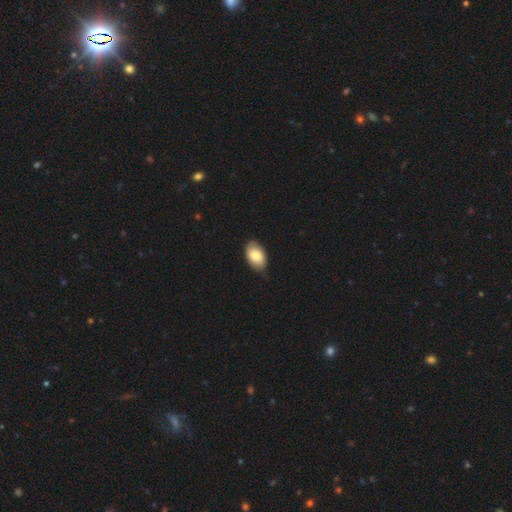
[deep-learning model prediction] Smooth or featured? Predicted: smooth (p=0.81). How rounded? Predicted: in between (p=0.92). Merging? Predicted: none (p=0.75).